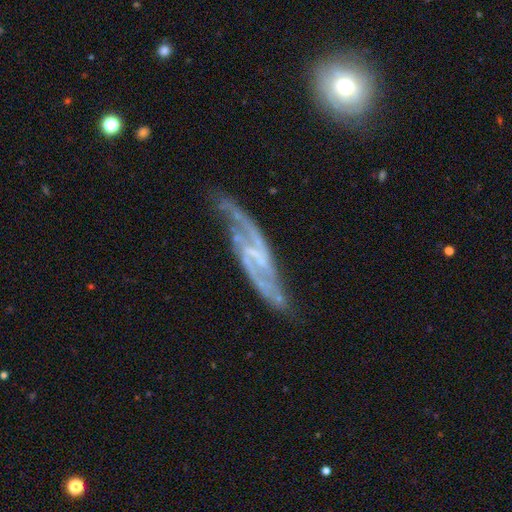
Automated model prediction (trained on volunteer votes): featured or disk 88%, smooth 6%, star or artifact 6%. Down the decision tree: edge-on disk — no (86%); bar — weak (44%); spiral arms — yes (96%); spiral arm count — 2 (84%); spiral winding — medium (45%); bulge size — small (57%); merging — none (66%).